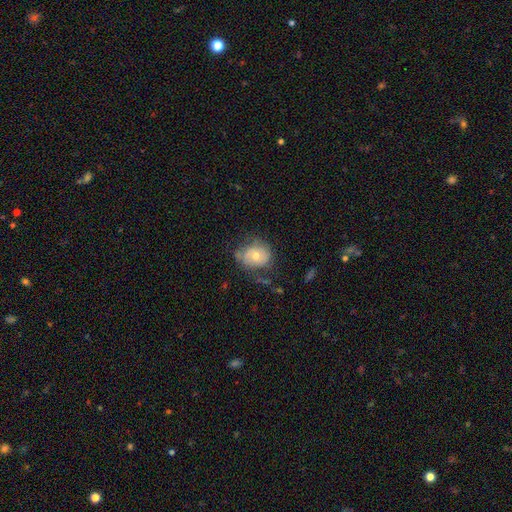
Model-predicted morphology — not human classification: The model was most divided on "how rounded": round: 56%, in between: 43%, cigar-shaped: 1%. More confident: smooth or featured — smooth (58%); merging — none (53%).